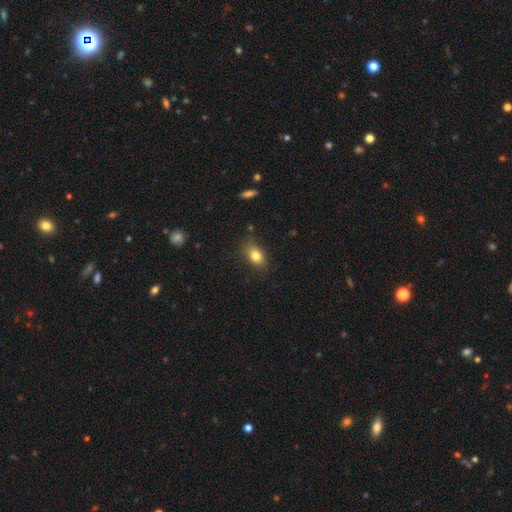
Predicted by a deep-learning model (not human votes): Smooth or featured? Predicted: smooth (p=0.80). How rounded? Predicted: in between (p=0.79). Merging? Predicted: none (p=0.78).